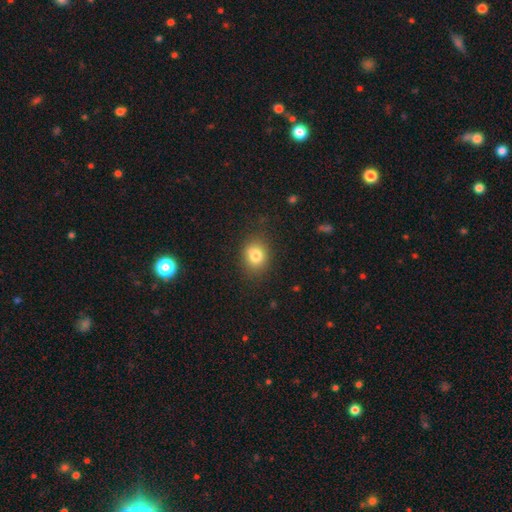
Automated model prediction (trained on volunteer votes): The model was most divided on "how rounded": round: 61%, in between: 38%, cigar-shaped: 1%. More confident: merging — none (80%); smooth or featured — smooth (79%).